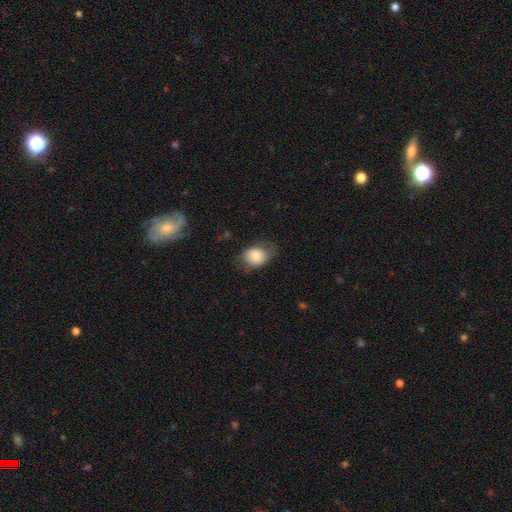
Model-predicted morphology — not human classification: Smooth or featured?
  - smooth: 75% *
  - featured or disk: 17%
  - star or artifact: 8%
How rounded?
  - in between: 56% *
  - round: 43%
  - cigar-shaped: 1%
Merging?
  - none: 64% *
  - minor disturbance: 25%
  - major disturbance: 10%
  - merger: 1%